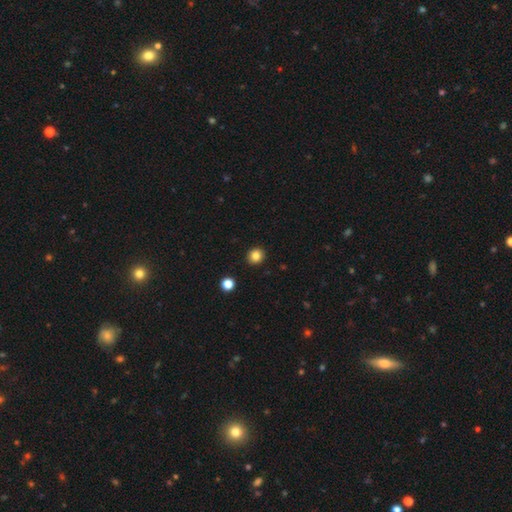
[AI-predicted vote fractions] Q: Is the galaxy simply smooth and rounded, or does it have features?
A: smooth — 84%.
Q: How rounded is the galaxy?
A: round — 85%.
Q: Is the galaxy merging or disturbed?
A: none — 92%.